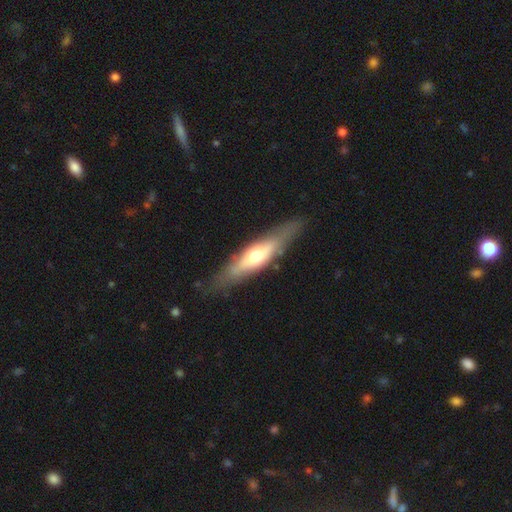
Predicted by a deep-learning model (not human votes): Overall: featured or disk (53%; smooth 41%). Edge-on disk: yes (69%; no 31%). Merging: none (77%).